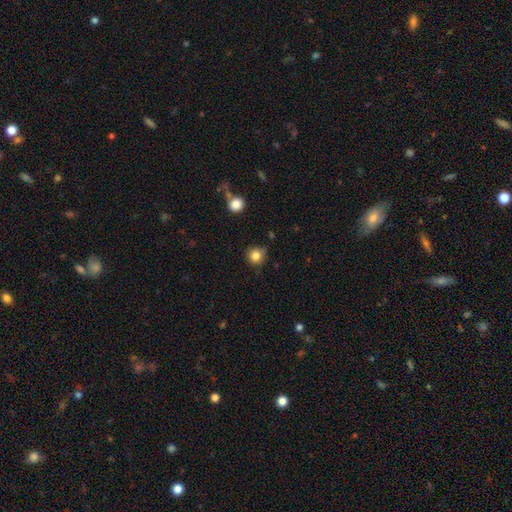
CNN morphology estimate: Smooth or featured? Predicted: smooth (p=0.83). How rounded? Predicted: round (p=0.92). Merging? Predicted: none (p=0.75).